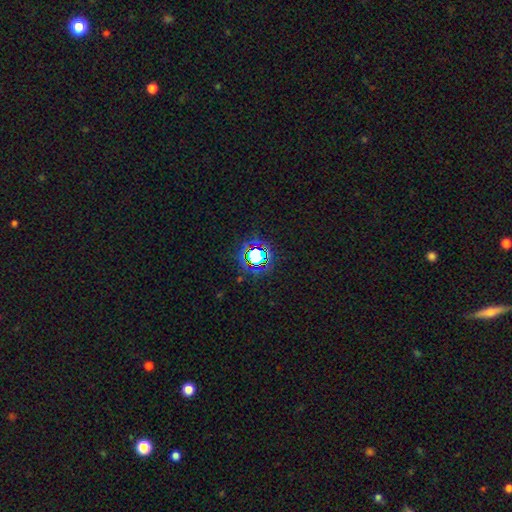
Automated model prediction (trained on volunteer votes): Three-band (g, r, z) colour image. It shows a star or artifact, not a galaxy (64%).